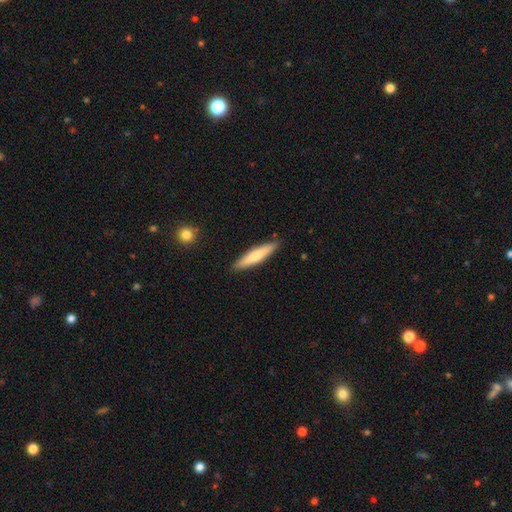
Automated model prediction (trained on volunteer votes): Q: Smooth or featured?
A: smooth (68%); runner-up: featured or disk (27%)
Q: How rounded?
A: cigar-shaped (87%); runner-up: in between (12%)
Q: Merging?
A: none (89%); runner-up: minor disturbance (8%)